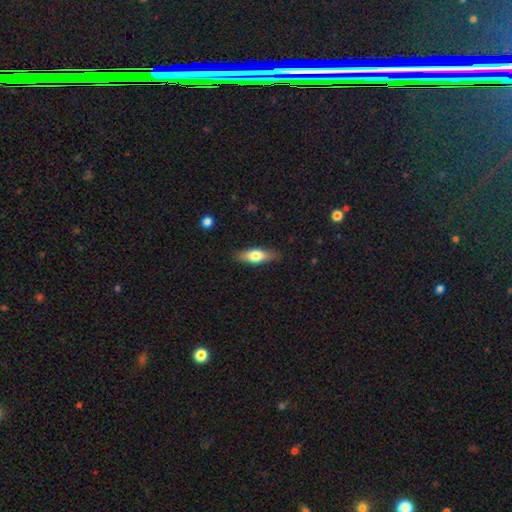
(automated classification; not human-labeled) Smooth or featured: smooth — 65% (featured or disk — 28%)
How rounded: in between — 64% (cigar-shaped — 33%)
Merging: none — 85% (minor disturbance — 11%)